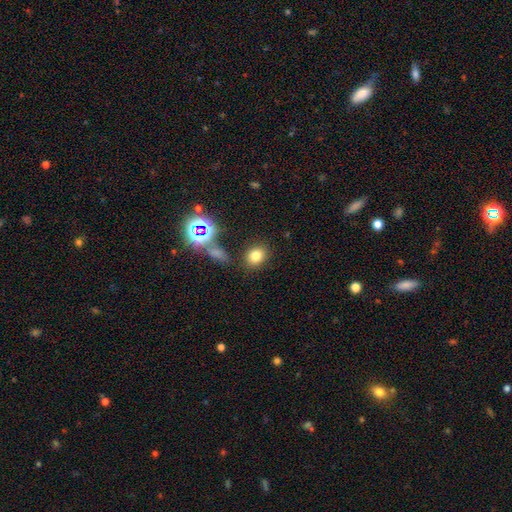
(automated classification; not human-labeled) A smooth galaxy with no disk features (75%) that is round (52%).

Vote fractions:
- Smooth or featured? smooth: 75% / star or artifact: 17% / featured or disk: 8%
- How rounded? round: 52% / in between: 47% / cigar-shaped: 1%
- Merging? none: 81% / minor disturbance: 10% / merger: 5% / major disturbance: 4%